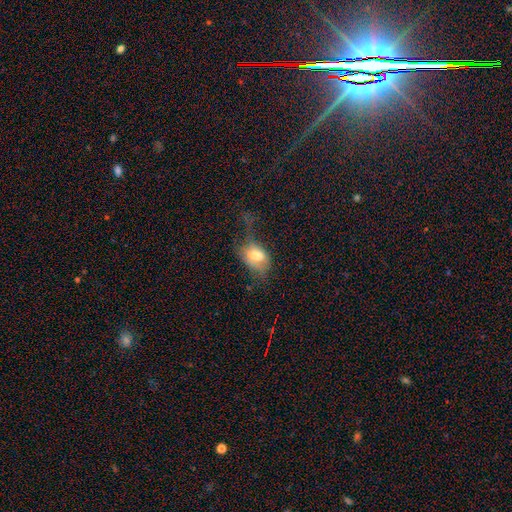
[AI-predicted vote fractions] Smooth or featured?
  - smooth: 63% *
  - featured or disk: 27%
  - star or artifact: 10%
How rounded?
  - in between: 83% *
  - round: 14%
  - cigar-shaped: 3%
Merging?
  - major disturbance: 40% *
  - none: 28%
  - minor disturbance: 27%
  - merger: 5%